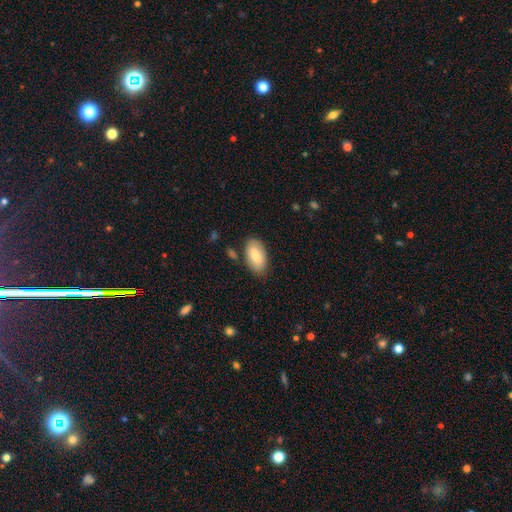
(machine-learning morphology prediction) Smooth or featured? smooth (79%)
How rounded? in between (94%)
Merging? none (80%)